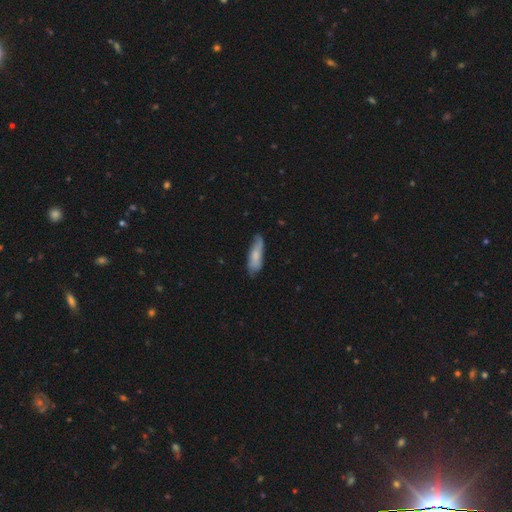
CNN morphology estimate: type=smooth (66%); roundness=cigar-shaped (51%); merging=none (68%).